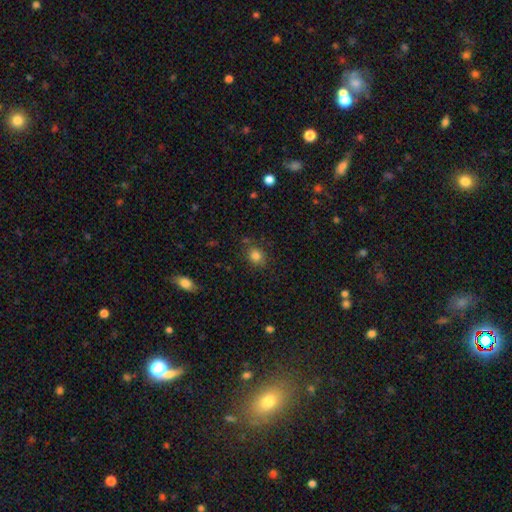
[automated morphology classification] Smooth or featured? Predicted: smooth (p=0.82). How rounded? Predicted: round (p=0.62). Merging? Predicted: none (p=0.79).